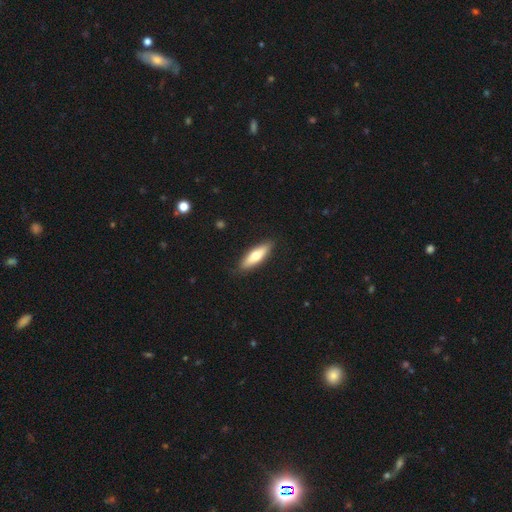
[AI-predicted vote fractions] Morphology: type=smooth (65%); roundness=cigar-shaped (49%, tied with in between); merging=none (88%).